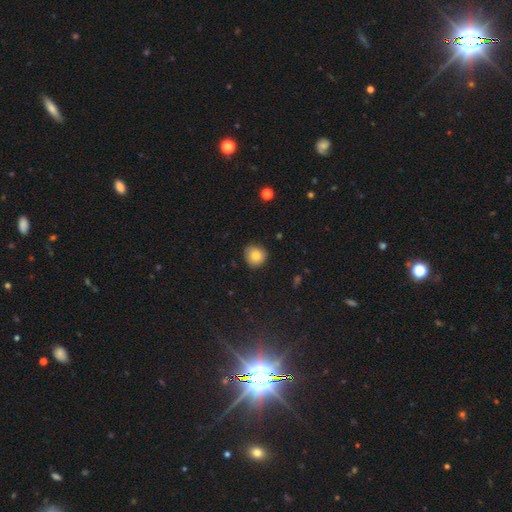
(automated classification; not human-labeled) This is clearly a smooth galaxy (82%). How rounded: clearly round (90%). Merging: clearly none (83%).